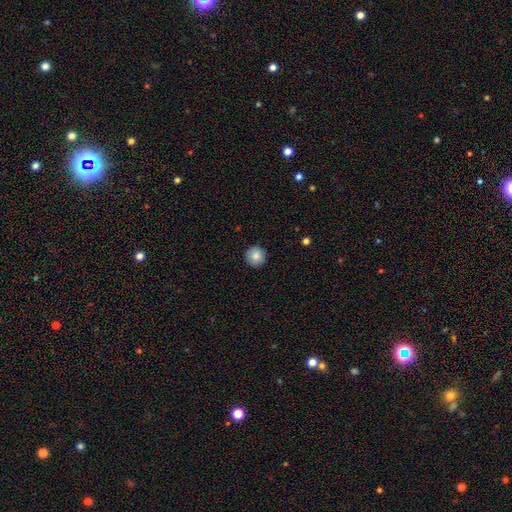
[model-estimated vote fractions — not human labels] This appears to be a smooth galaxy with no disk features (85%) that is round (96%). Merging: none (91%).